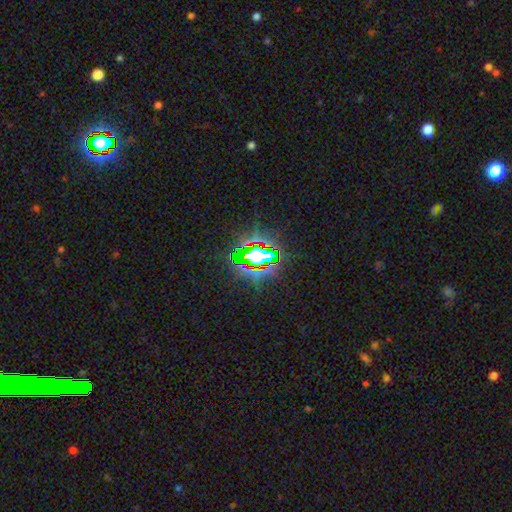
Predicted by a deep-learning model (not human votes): A star or artifact, not a galaxy (76%).

Vote fractions:
- Smooth or featured? star or artifact: 76% / smooth: 13% / featured or disk: 12%